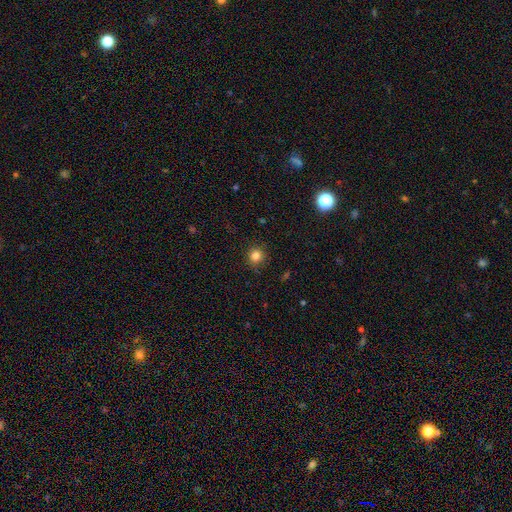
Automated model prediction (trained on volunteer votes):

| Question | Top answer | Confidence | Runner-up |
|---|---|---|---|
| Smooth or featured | smooth | 83% | star or artifact (12%) |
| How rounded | round | 90% | in between (9%) |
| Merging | none | 89% | minor disturbance (8%) |